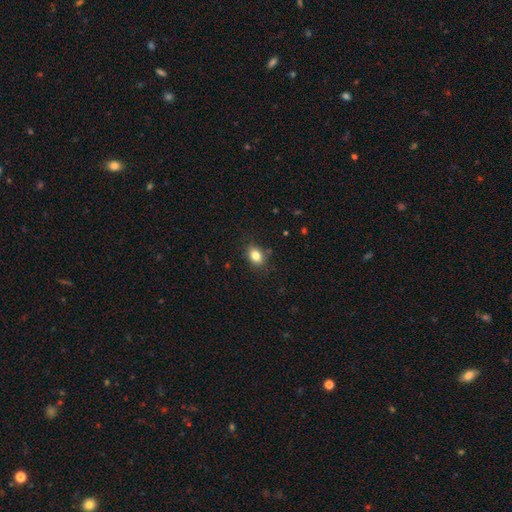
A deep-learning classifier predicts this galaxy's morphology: smooth-or-featured: smooth: 82% | star or artifact: 10% | featured or disk: 8%
  how-rounded: in between: 72% | round: 26% | cigar-shaped: 1%
  merging: none: 83% | minor disturbance: 12% | major disturbance: 3% | merger: 2%